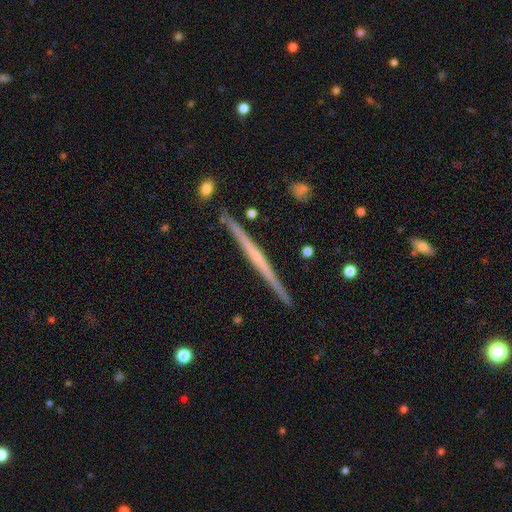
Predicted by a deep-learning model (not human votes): A featured or disk galaxy (69%) viewed edge-on (98%) with no central bulge (74%). Merging: none (91%).